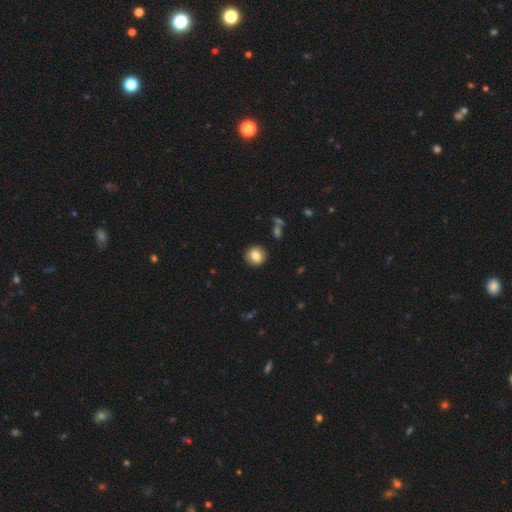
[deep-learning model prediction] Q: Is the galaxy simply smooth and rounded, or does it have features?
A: smooth — 82%.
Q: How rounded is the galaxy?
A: round — 82%.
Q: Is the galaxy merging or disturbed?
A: none — 89%.